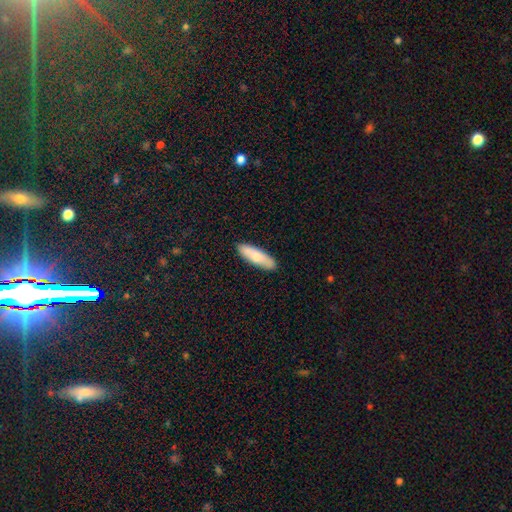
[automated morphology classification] This is likely a smooth galaxy (73%). How rounded: possibly cigar-shaped (55%). Merging: clearly none (88%).